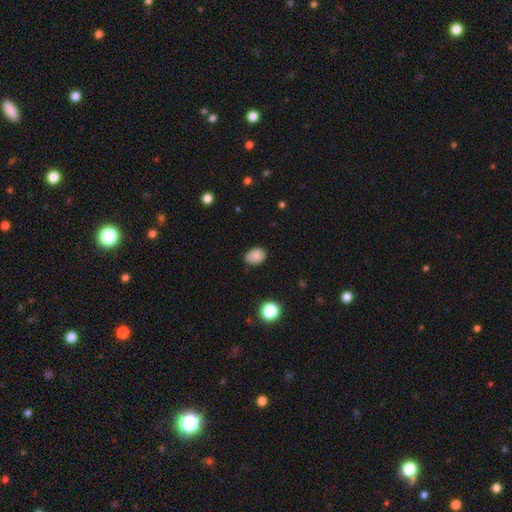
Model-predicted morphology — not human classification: The model was most divided on "how rounded": in between: 68%, round: 31%, cigar-shaped: 1%. More confident: smooth or featured — smooth (84%); merging — none (72%).